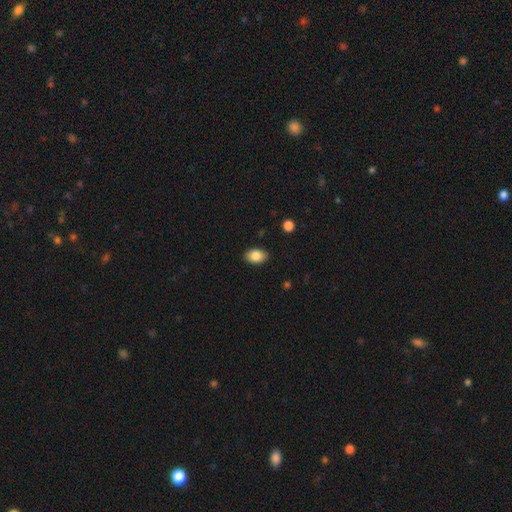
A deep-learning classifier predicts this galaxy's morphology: A smooth galaxy with no disk features (85%) that is in between round and cigar-shaped (85%). Merging: none (88%).